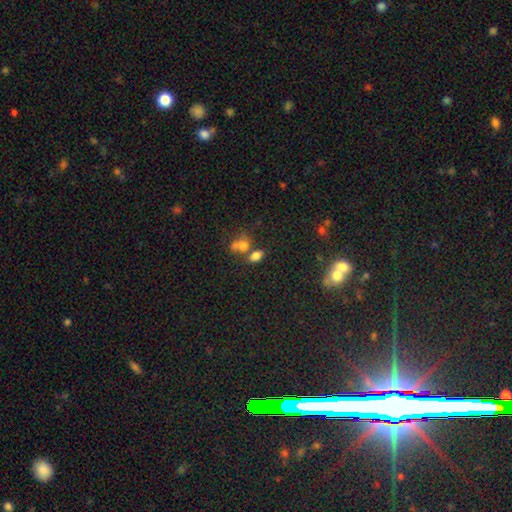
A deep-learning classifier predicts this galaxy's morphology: The model was most divided on "merging": none: 44%, merger: 38%, minor disturbance: 12%, major disturbance: 6%. More confident: how rounded — in between (79%); smooth or featured — smooth (75%).